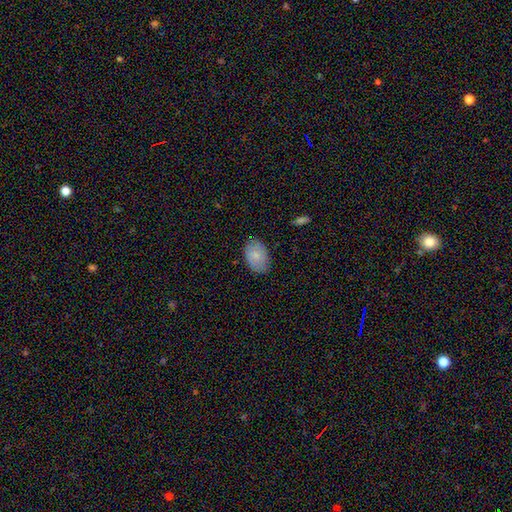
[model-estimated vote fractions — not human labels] smooth 77%, featured or disk 16%, star or artifact 7%. Down the decision tree: how rounded — in between (88%); merging — none (82%).